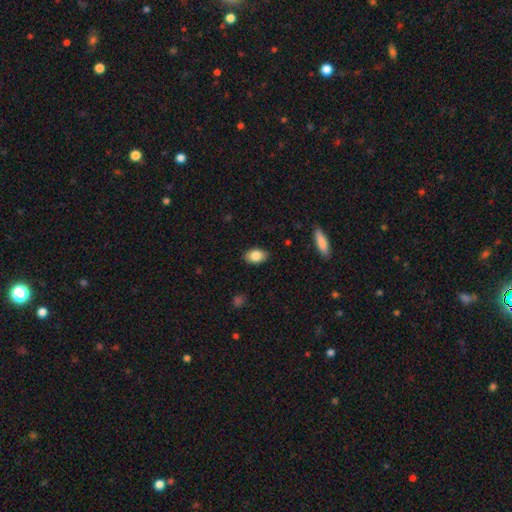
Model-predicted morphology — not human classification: The model was most divided on "smooth or featured": smooth: 83%, featured or disk: 9%, star or artifact: 7%. More confident: how rounded — in between (89%); merging — none (87%).